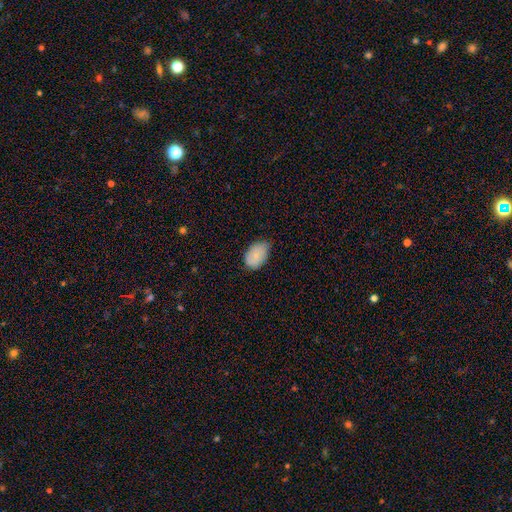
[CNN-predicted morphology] smooth-or-featured: smooth: 81% | featured or disk: 12% | star or artifact: 7%
  how-rounded: in between: 88% | round: 11% | cigar-shaped: 1%
  merging: none: 59% | minor disturbance: 35% | major disturbance: 5% | merger: 1%